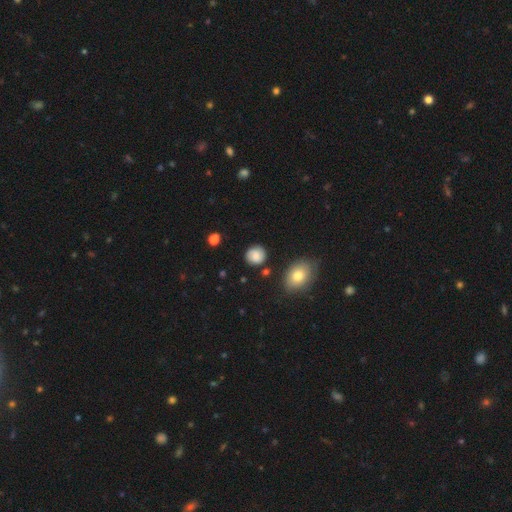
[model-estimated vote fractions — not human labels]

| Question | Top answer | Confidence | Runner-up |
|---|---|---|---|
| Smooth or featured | smooth | 75% | featured or disk (16%) |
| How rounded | round | 84% | in between (15%) |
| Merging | none | 82% | minor disturbance (12%) |